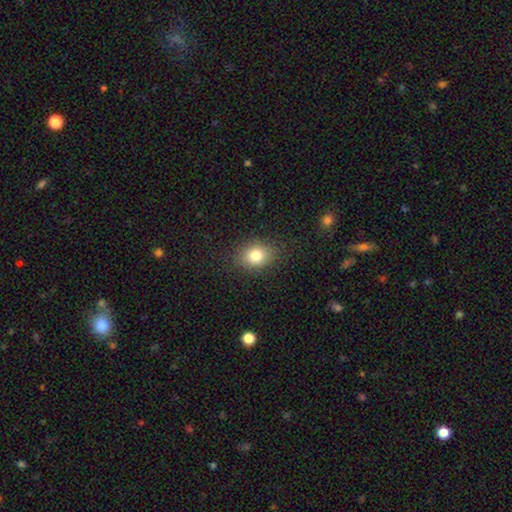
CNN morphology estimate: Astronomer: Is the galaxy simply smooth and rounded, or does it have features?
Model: smooth — 80%.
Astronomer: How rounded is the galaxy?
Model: in between — 56% (runner-up: round, 43%).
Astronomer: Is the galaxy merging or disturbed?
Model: none — 84%.